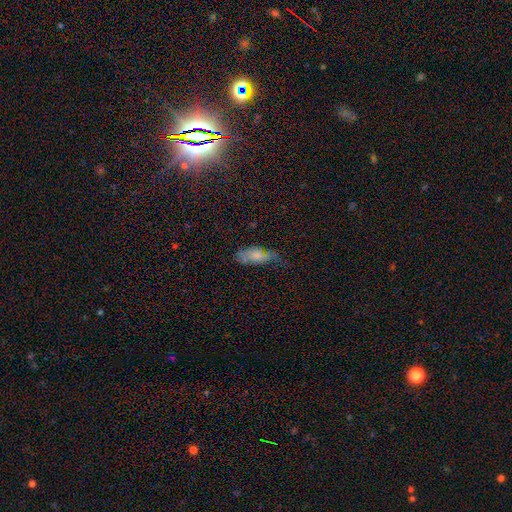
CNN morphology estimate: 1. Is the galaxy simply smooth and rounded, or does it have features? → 56% smooth, 31% featured or disk, 13% star or artifact.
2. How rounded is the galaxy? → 78% in between, 18% cigar-shaped, 4% round.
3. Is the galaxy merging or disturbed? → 43% none, 35% minor disturbance, 19% major disturbance, 3% merger.